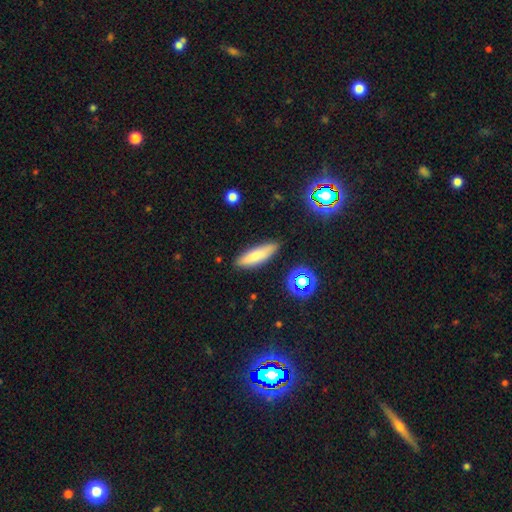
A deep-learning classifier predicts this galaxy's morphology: This appears to be a smooth galaxy with no disk features (79%) that is cigar-shaped (59%). Merging: none (84%).